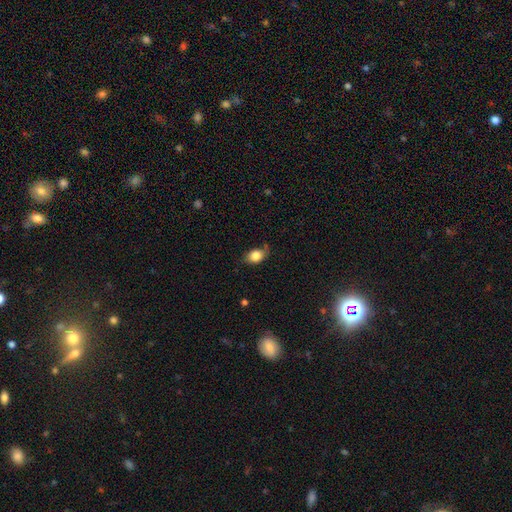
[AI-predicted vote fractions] Smooth or featured?
  - smooth: 82% *
  - featured or disk: 9%
  - star or artifact: 8%
How rounded?
  - in between: 80% *
  - round: 18%
  - cigar-shaped: 2%
Merging?
  - none: 70% *
  - minor disturbance: 23%
  - major disturbance: 5%
  - merger: 2%